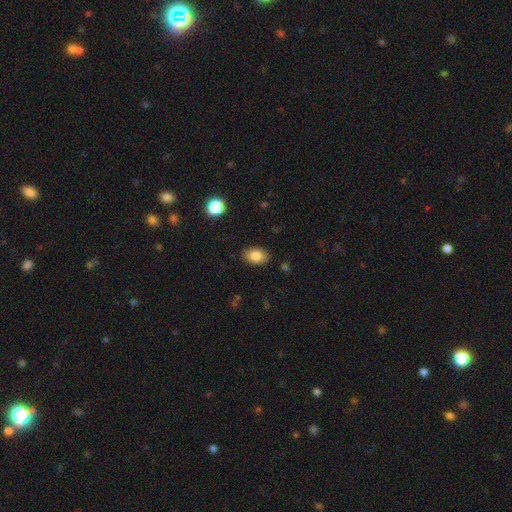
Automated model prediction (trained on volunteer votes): A smooth galaxy with no disk features (84%) that is in between round and cigar-shaped (86%).

Vote fractions:
- Smooth or featured? smooth: 84% / star or artifact: 9% / featured or disk: 8%
- How rounded? in between: 86% / round: 13% / cigar-shaped: 1%
- Merging? none: 87% / minor disturbance: 9% / major disturbance: 2% / merger: 1%